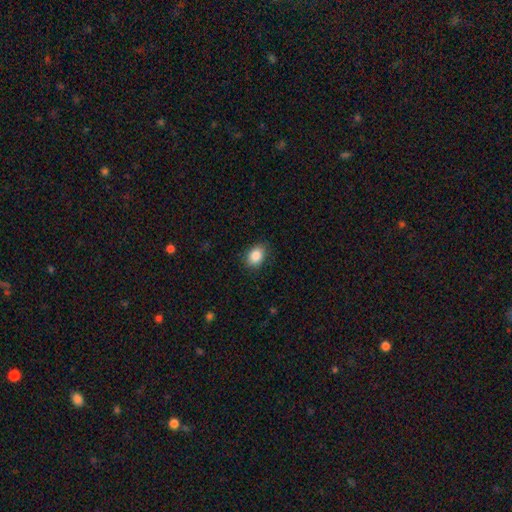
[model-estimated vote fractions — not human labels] A smooth galaxy with no disk features (87%) that is in between round and cigar-shaped (71%).

Vote fractions:
- Smooth or featured? smooth: 87% / star or artifact: 8% / featured or disk: 5%
- How rounded? in between: 71% / round: 28% / cigar-shaped: 1%
- Merging? none: 85% / minor disturbance: 11% / major disturbance: 3% / merger: 1%